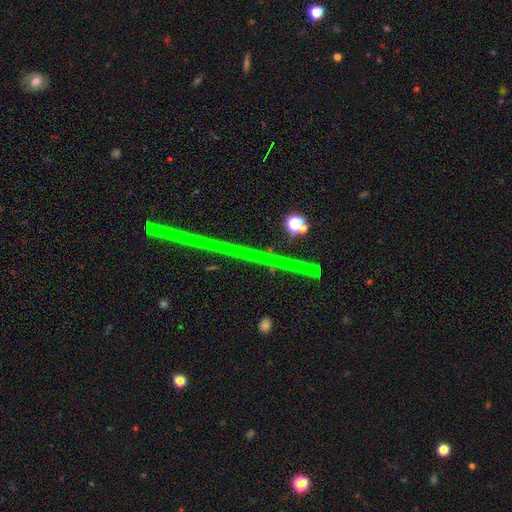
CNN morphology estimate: The model was most divided on "smooth or featured": star or artifact: 81%, featured or disk: 13%, smooth: 6%.